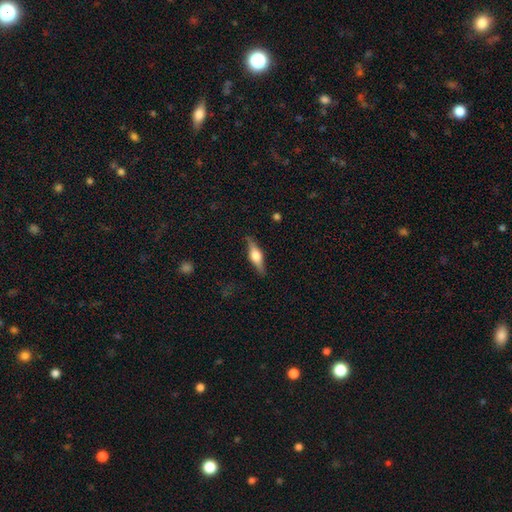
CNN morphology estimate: Smooth or featured?
  - featured or disk: 61% *
  - smooth: 33%
  - star or artifact: 6%
Edge-on disk?
  - yes: 95% *
  - no: 5%
Edge-on bulge?
  - rounded: 92% *
  - boxy: 7%
  - none: 2%
Merging?
  - none: 85% *
  - minor disturbance: 11%
  - major disturbance: 3%
  - merger: 1%